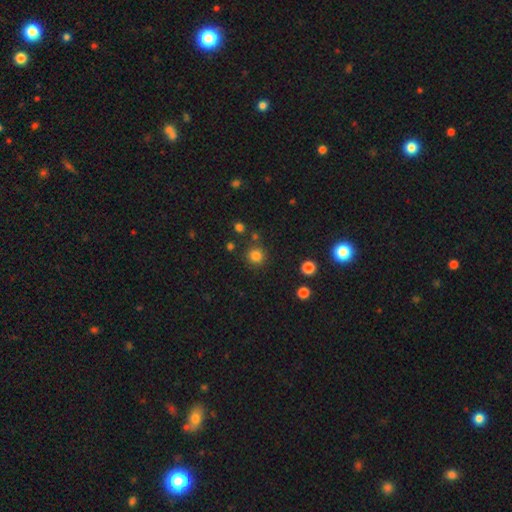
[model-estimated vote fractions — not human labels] Morphology: type=smooth (81%); roundness=round (93%); merging=none (84%).